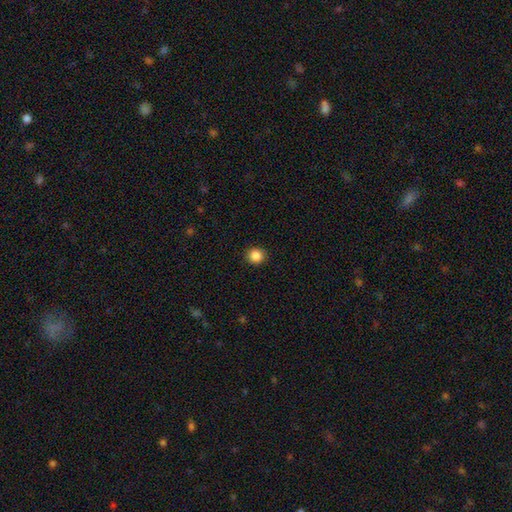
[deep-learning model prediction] The model was most divided on "smooth or featured": smooth: 86%, star or artifact: 10%, featured or disk: 3%. More confident: merging — none (92%); how rounded — round (91%).